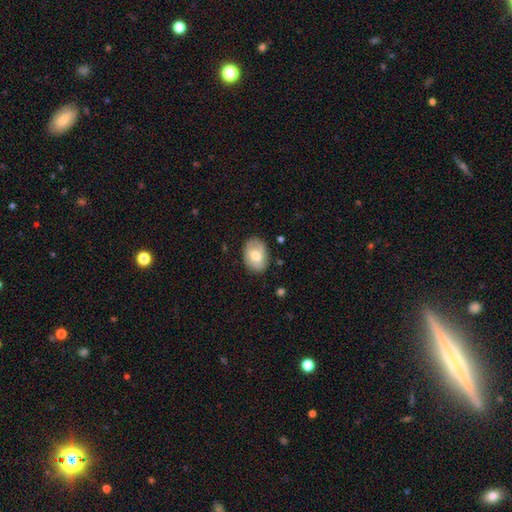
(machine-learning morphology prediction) Smooth or featured: smooth — 59% (featured or disk — 35%)
How rounded: in between — 79% (round — 20%)
Merging: none — 76% (minor disturbance — 18%)